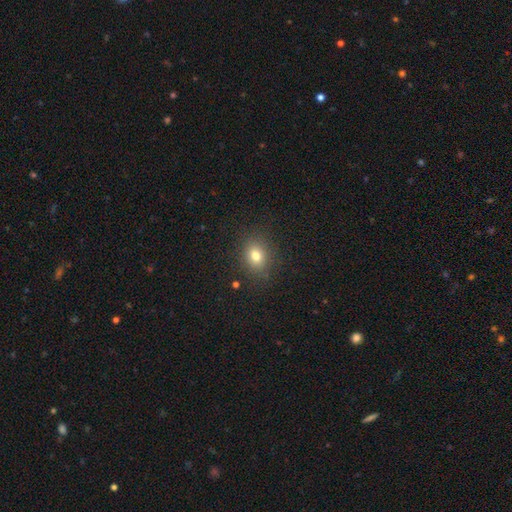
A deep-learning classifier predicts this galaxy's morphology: This appears to be a smooth galaxy with no disk features (77%) that is round (58%). Merging: none (86%).